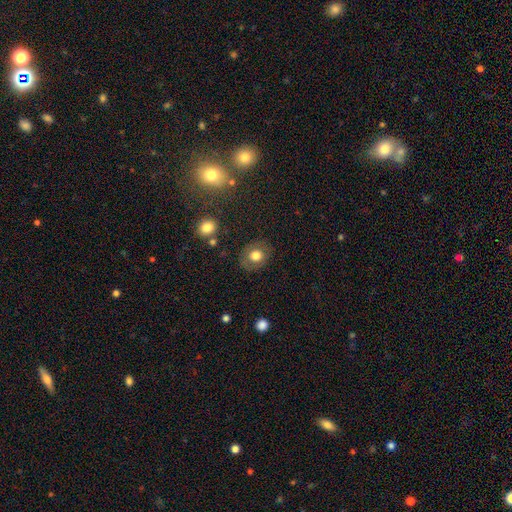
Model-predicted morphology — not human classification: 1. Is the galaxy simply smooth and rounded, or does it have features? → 72% smooth, 18% featured or disk, 9% star or artifact.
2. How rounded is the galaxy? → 67% round, 32% in between, 1% cigar-shaped.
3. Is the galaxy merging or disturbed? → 82% none, 12% minor disturbance, 5% major disturbance, 2% merger.